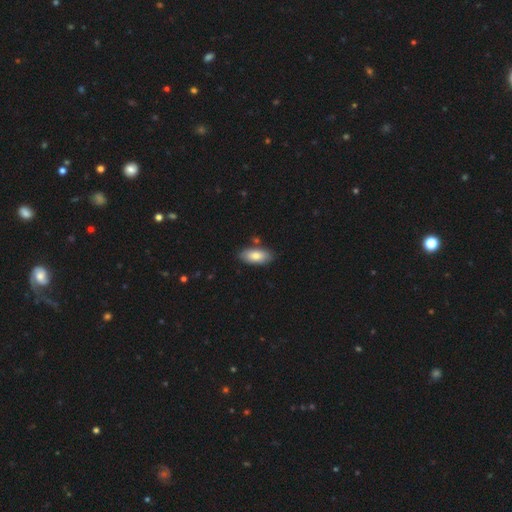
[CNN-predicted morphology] Smooth or featured? smooth (80%)
How rounded? in between (90%)
Merging? none (80%)